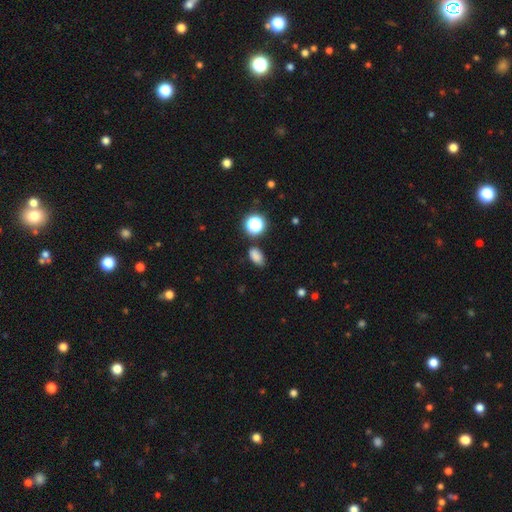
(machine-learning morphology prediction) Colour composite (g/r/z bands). It shows a smooth galaxy with no disk features (79%) that is in between round and cigar-shaped (84%). Merging: none (75%).